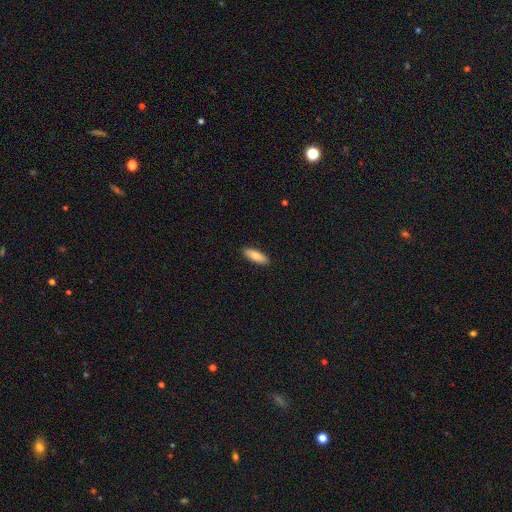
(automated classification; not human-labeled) A smooth galaxy with no disk features (82%) that is in between round and cigar-shaped (62%). Merging: none (90%).